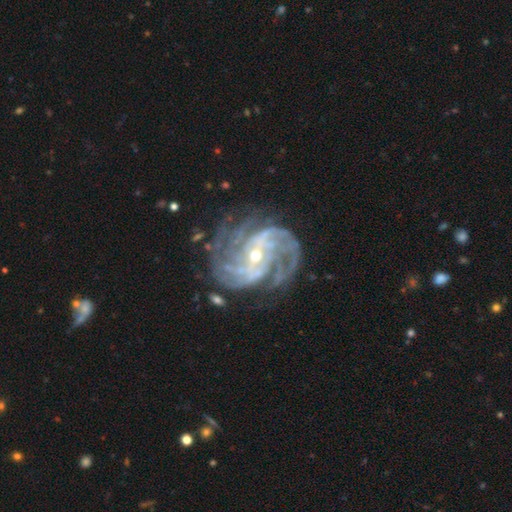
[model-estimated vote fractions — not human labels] A featured or disk galaxy (91%) with a weak bar (40%), tight (48%) spiral arms (98%) and a small central bulge (64%).

Vote fractions:
- Smooth or featured? featured or disk: 91% / star or artifact: 6% / smooth: 3%
- Edge-on disk? no: 98% / yes: 2%
- Bar? weak: 40% / no: 36% / strong: 25%
- Spiral arms? yes: 98% / no: 2%
- Spiral winding? tight: 48% / medium: 40% / loose: 12%
- Spiral arm count? can't tell: 21% / 2: 20% / 4: 19% / 3: 19% / more than 4: 13% / 1: 8%
- Bulge size? small: 64% / moderate: 33% / large: 2% / none: 1% / dominant: 1%
- Merging? none: 69% / minor disturbance: 17% / major disturbance: 12% / merger: 2%